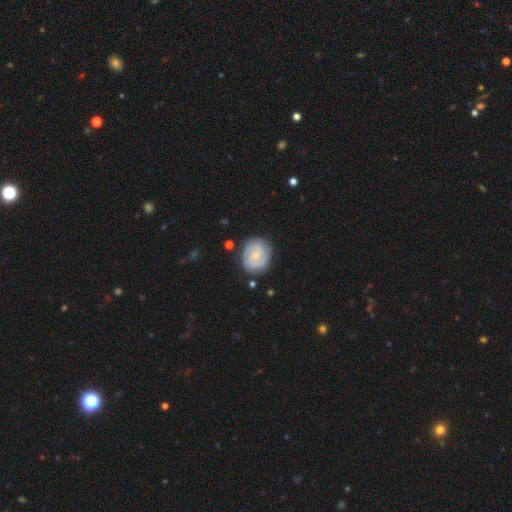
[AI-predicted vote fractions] smooth-or-featured: featured or disk: 66% | smooth: 29% | star or artifact: 6%
  disk-edge-on: no: 98% | yes: 2%
    bar: no: 63% | weak: 32% | strong: 5%
    has-spiral-arms: yes: 89% | no: 11%
      spiral-winding: tight: 57% | medium: 33% | loose: 10%
      spiral-arm-count: 2: 53% | can't tell: 25% | 3: 12% | 1: 4% | 4: 3% | more than 4: 3%
    bulge-size: small: 72% | moderate: 21% | none: 5% | large: 1% | dominant: 1%
  merging: none: 78% | minor disturbance: 16% | major disturbance: 4% | merger: 2%